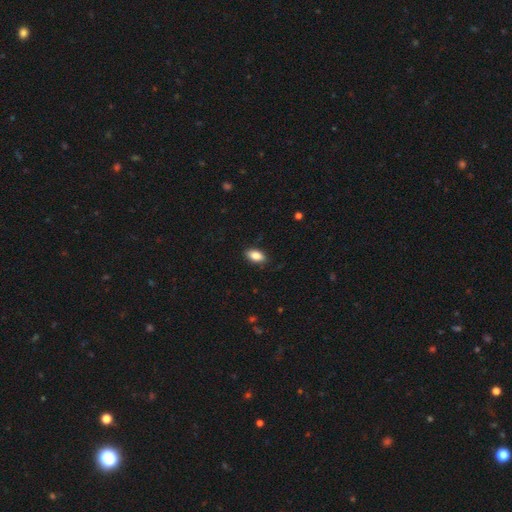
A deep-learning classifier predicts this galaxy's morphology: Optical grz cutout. It shows a smooth galaxy with no disk features (86%) that is in between round and cigar-shaped (92%). Merging: none (87%).